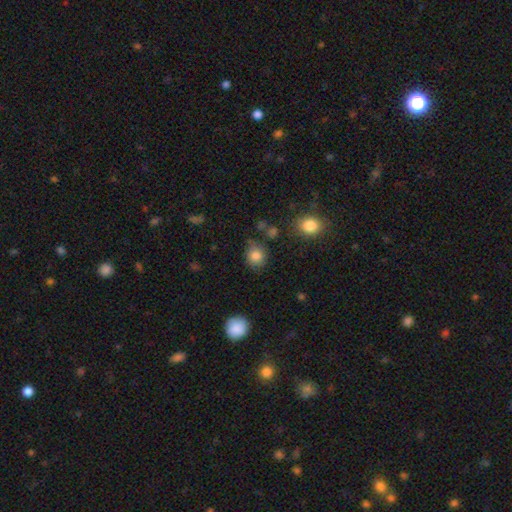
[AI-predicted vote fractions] A smooth galaxy with no disk features (83%) that is round (75%). Merging: none (75%).